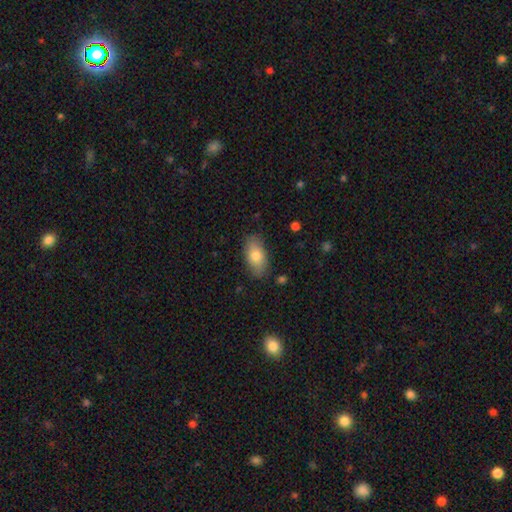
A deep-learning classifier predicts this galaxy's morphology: Overall: smooth (78%). How rounded: in between (91%). Merging: none (83%).